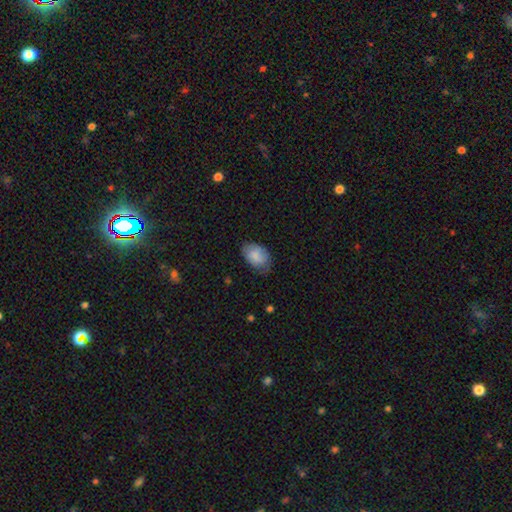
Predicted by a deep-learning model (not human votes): smooth-or-featured: smooth: 82% | featured or disk: 11% | star or artifact: 6%
  how-rounded: in between: 87% | round: 12% | cigar-shaped: 1%
  merging: none: 64% | minor disturbance: 28% | major disturbance: 6% | merger: 1%